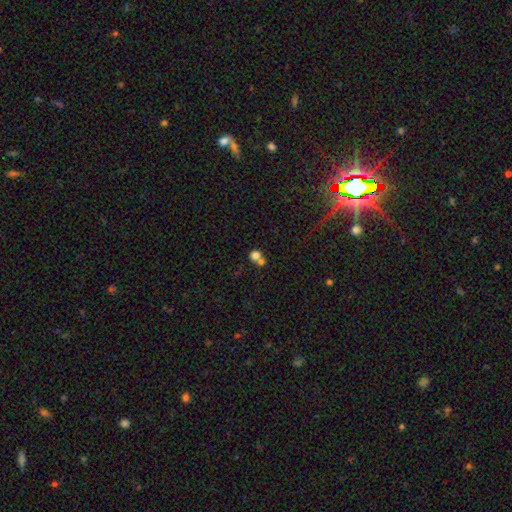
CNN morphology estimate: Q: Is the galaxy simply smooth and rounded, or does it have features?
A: smooth — 75%.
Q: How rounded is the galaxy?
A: round — 78%.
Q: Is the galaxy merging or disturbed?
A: merger — 55%.